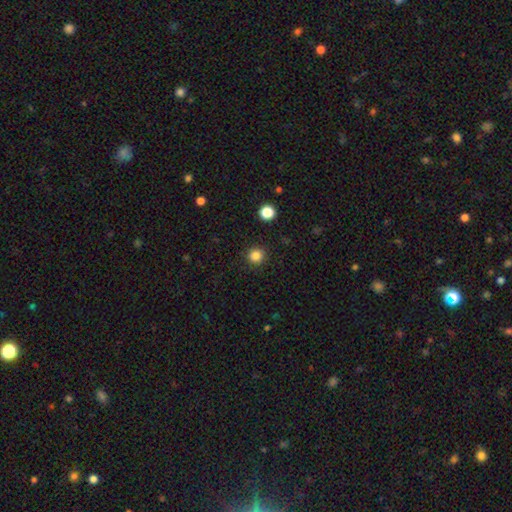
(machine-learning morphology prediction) smooth 84%, star or artifact 12%, featured or disk 3%. Down the decision tree: how rounded — round (93%); merging — none (91%).